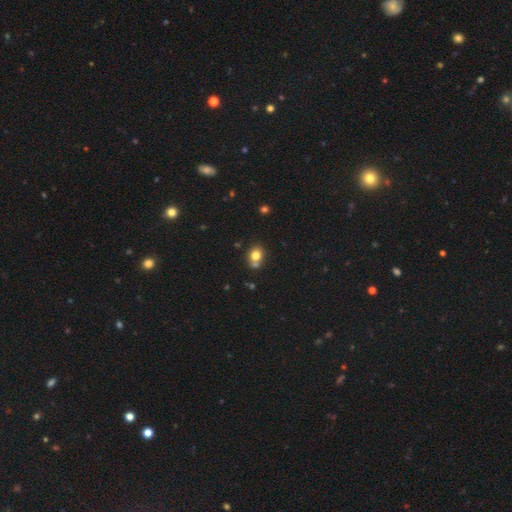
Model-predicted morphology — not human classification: The model was most divided on "how rounded": round: 62%, in between: 37%, cigar-shaped: 1%. More confident: smooth or featured — smooth (78%); merging — none (61%).